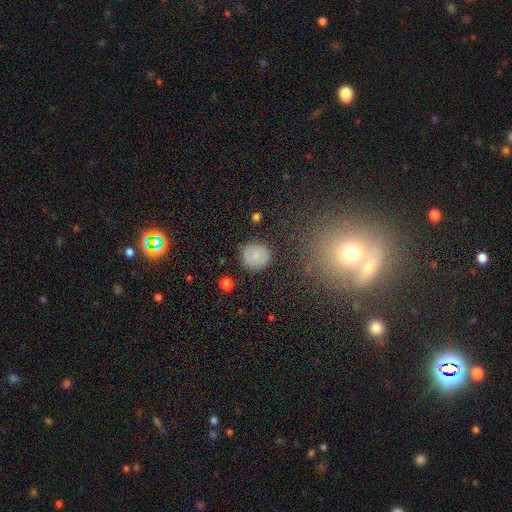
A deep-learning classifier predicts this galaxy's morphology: A smooth galaxy with no disk features (71%) that is round (87%).

Vote fractions:
- Smooth or featured? smooth: 71% / featured or disk: 19% / star or artifact: 10%
- How rounded? round: 87% / in between: 12% / cigar-shaped: 1%
- Merging? none: 82% / minor disturbance: 12% / major disturbance: 4% / merger: 2%